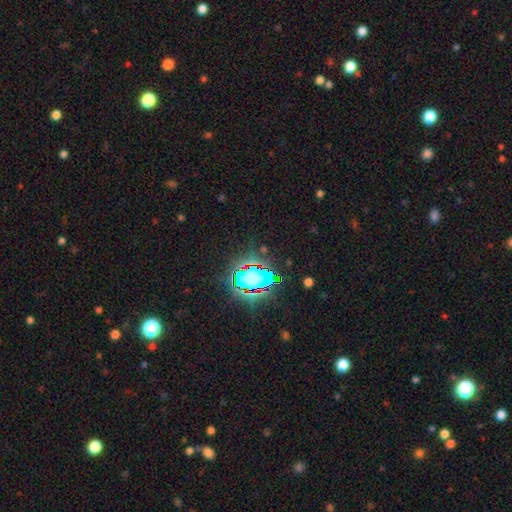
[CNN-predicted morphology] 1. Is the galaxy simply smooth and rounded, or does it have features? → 82% star or artifact, 11% smooth, 8% featured or disk.